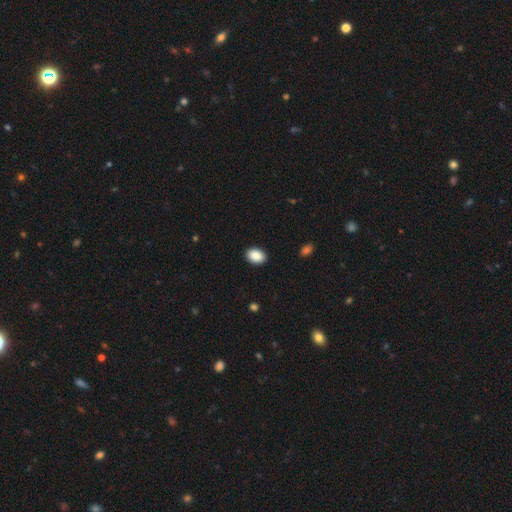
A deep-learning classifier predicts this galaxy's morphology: A smooth galaxy with no disk features (90%) that is in between round and cigar-shaped (79%).

Vote fractions:
- Smooth or featured? smooth: 90% / star or artifact: 7% / featured or disk: 3%
- How rounded? in between: 79% / round: 20% / cigar-shaped: 1%
- Merging? none: 91% / minor disturbance: 7% / major disturbance: 2% / merger: 1%